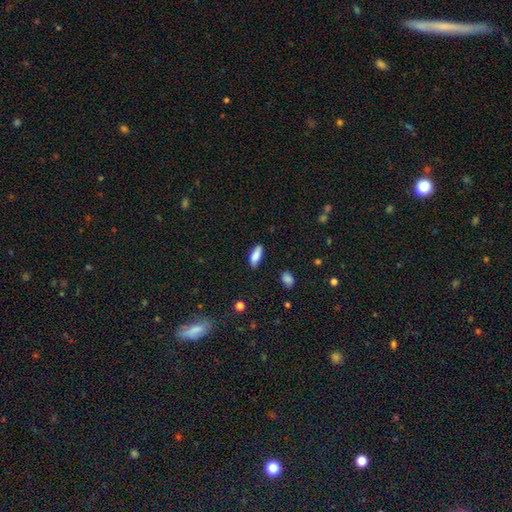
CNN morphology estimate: type=smooth (86%); roundness=in between (65%); merging=none (84%).